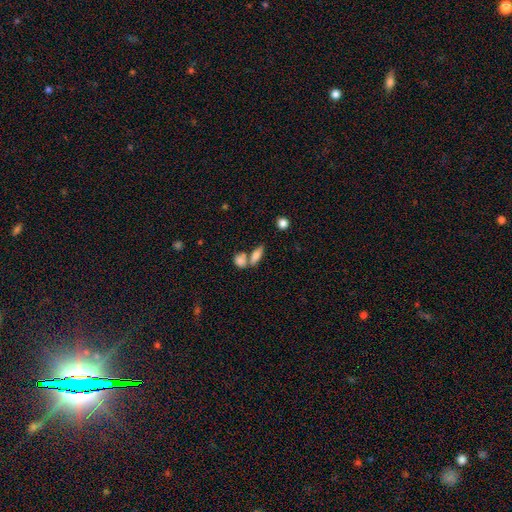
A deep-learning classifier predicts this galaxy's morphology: smooth 77%, featured or disk 14%, star or artifact 9%. Down the decision tree: how rounded — in between (70%); merging — none (43%, tied with merger).